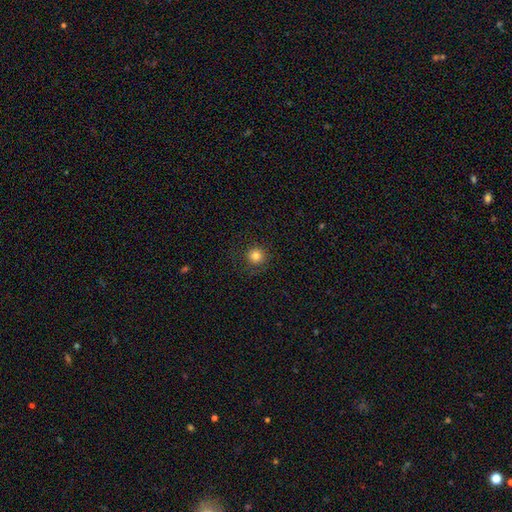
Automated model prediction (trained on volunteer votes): smooth_or_featured: smooth (p=0.81) [alt: star or artifact p=0.13]
how_rounded: round (p=0.95) [alt: in between p=0.04]
merging: none (p=0.87) [alt: minor disturbance p=0.09]